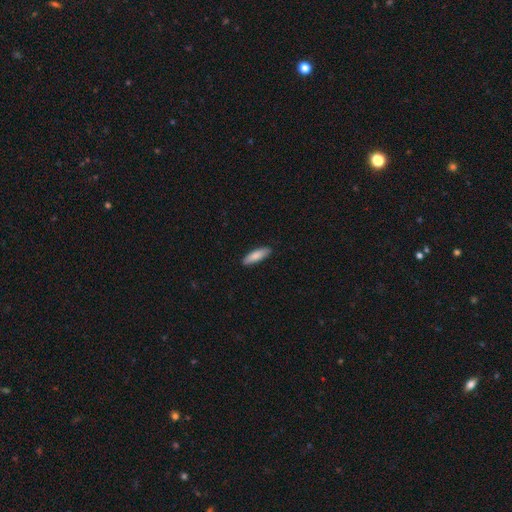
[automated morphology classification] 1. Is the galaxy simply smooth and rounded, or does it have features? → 85% smooth, 10% featured or disk, 5% star or artifact.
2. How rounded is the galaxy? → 60% cigar-shaped, 38% in between, 2% round.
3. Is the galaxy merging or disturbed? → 89% none, 9% minor disturbance, 2% major disturbance, 1% merger.